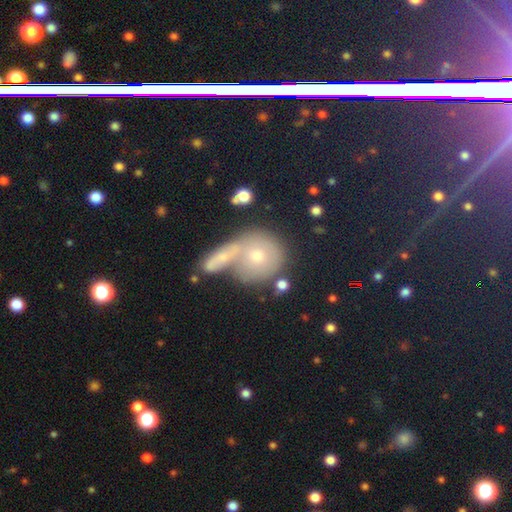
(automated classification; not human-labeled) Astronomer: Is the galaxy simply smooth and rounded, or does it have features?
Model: smooth — 48% (runner-up: featured or disk, 28%).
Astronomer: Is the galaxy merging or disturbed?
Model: none — 46% (runner-up: merger, 37%).